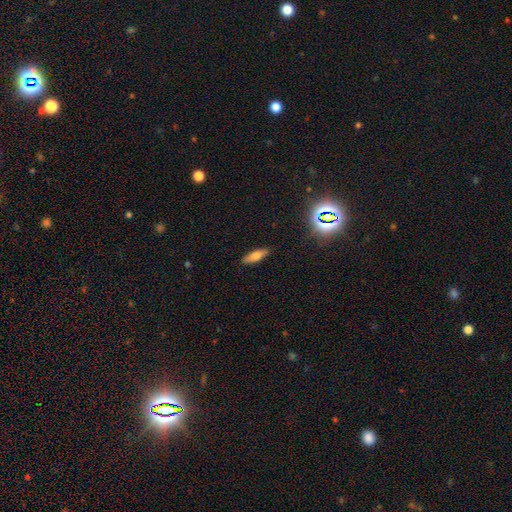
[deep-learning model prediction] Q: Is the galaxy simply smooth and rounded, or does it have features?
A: smooth — 70%.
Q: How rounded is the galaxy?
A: cigar-shaped — 52%.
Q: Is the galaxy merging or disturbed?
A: none — 88%.